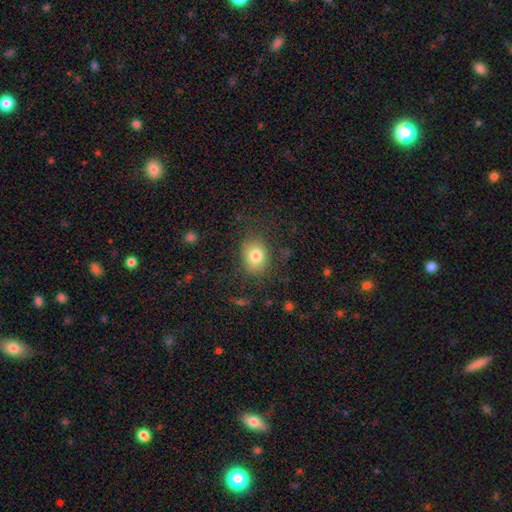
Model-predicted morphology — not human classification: type=smooth (79%); roundness=round (53%); merging=none (77%).